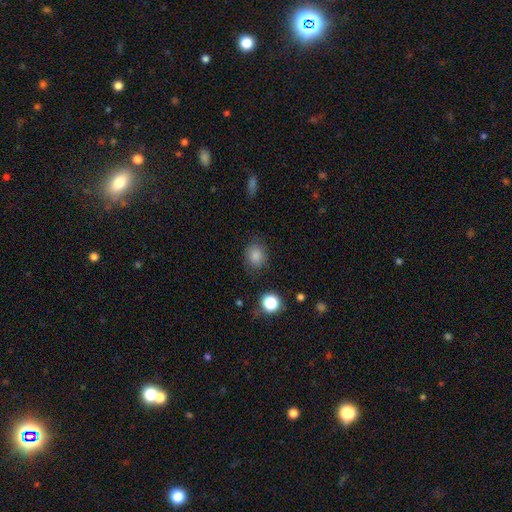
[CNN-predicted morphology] The model was most divided on "how rounded": round: 68%, in between: 31%, cigar-shaped: 1%. More confident: smooth or featured — smooth (83%); merging — none (81%).